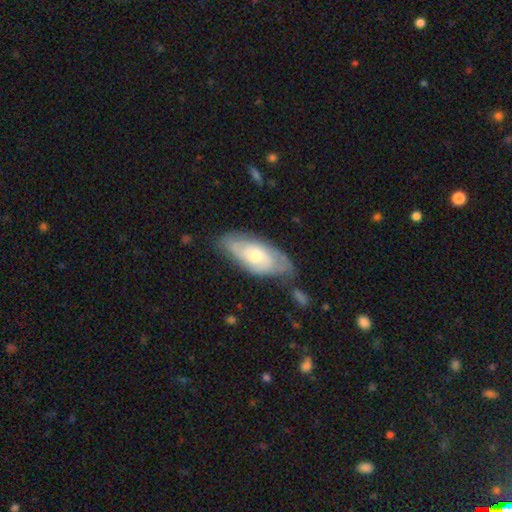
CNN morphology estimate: This is likely a featured or disk galaxy (60%). It is clearly not viewed edge-on (88%). Bar: likely no (71%). Spiral arm pattern: likely yes (79%). Central bulge: possibly moderate (60%). Merging: likely none (61%).